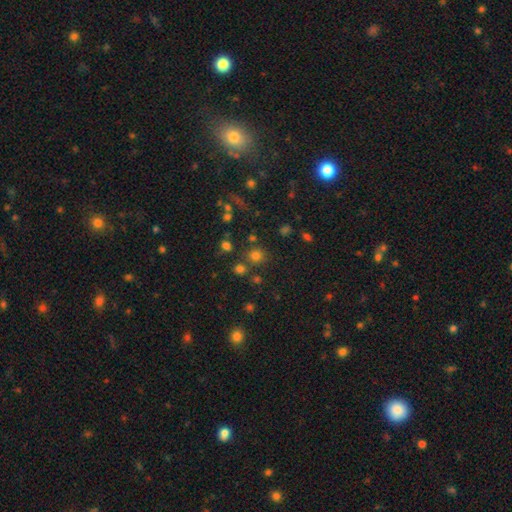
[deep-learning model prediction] Smooth or featured?
  - smooth: 69% *
  - star or artifact: 24%
  - featured or disk: 7%
How rounded?
  - round: 88% *
  - in between: 11%
  - cigar-shaped: 1%
Merging?
  - none: 74% *
  - merger: 13%
  - minor disturbance: 9%
  - major disturbance: 4%